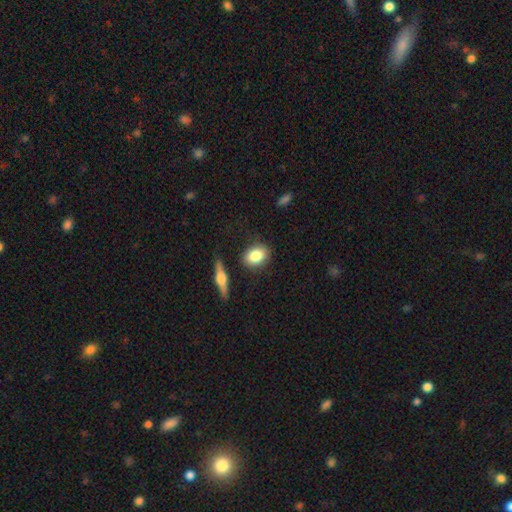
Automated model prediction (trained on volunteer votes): Smooth or featured? smooth (80%)
How rounded? in between (67%)
Merging? none (83%)